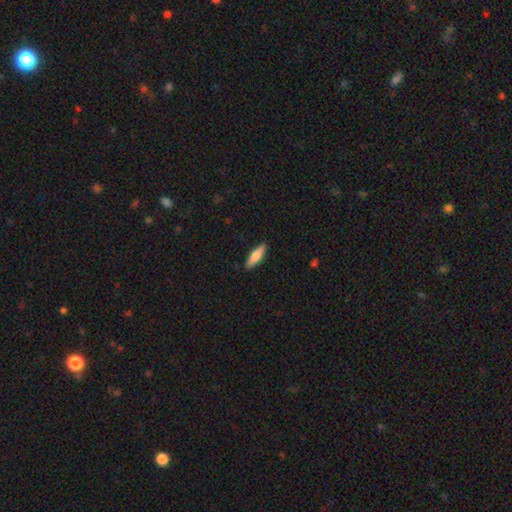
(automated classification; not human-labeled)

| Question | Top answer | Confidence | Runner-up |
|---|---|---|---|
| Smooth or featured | smooth | 68% | featured or disk (26%) |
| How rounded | cigar-shaped | 59% | in between (39%) |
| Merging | none | 90% | minor disturbance (8%) |